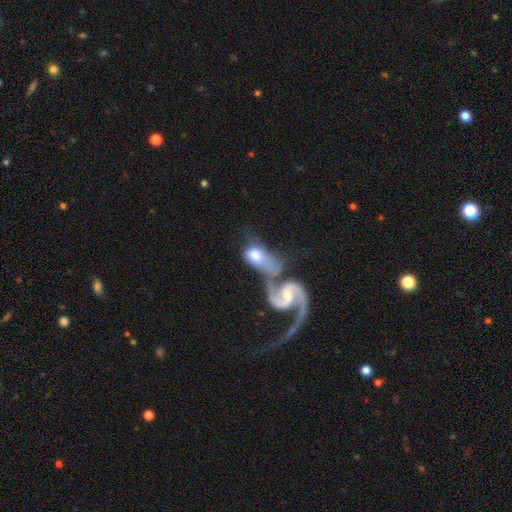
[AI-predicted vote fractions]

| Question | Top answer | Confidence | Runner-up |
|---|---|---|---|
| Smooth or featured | featured or disk | 63% | smooth (31%) |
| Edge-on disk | no | 95% | yes (5%) |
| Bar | no | 42% | weak (40%) |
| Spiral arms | yes | 83% | no (17%) |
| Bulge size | moderate | 41% | small (28%) |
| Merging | merger | 72% | none (13%) |